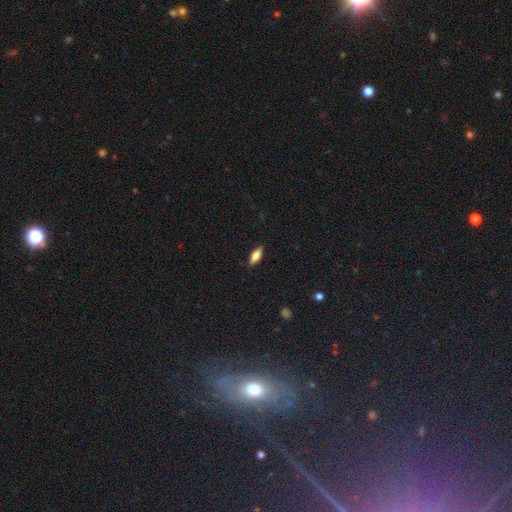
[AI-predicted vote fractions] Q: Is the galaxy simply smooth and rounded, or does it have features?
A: smooth — 76%.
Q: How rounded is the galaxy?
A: in between — 68%.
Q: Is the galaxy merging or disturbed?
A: none — 87%.